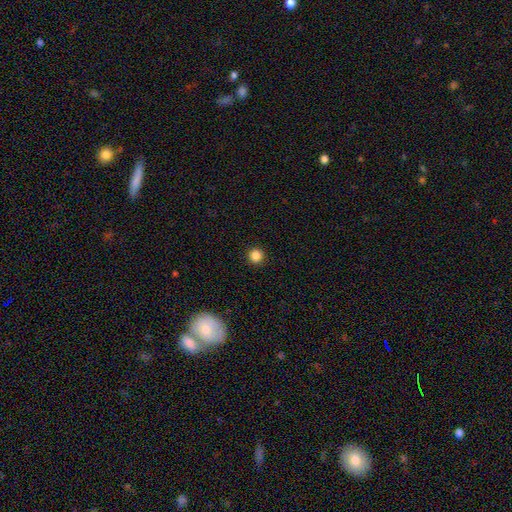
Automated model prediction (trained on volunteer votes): Smooth or featured? smooth (85%)
How rounded? round (95%)
Merging? none (93%)